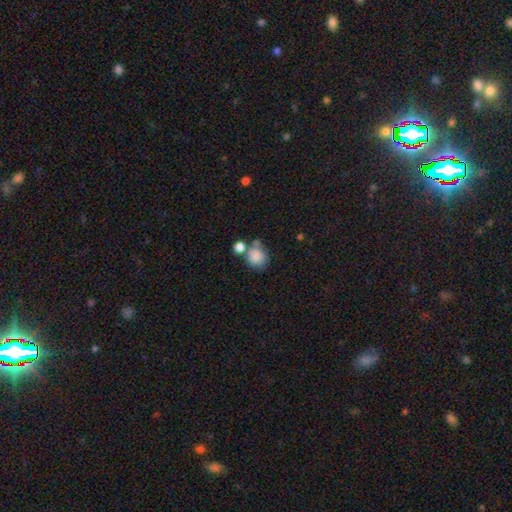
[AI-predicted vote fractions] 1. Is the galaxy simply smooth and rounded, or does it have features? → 83% smooth, 9% star or artifact, 8% featured or disk.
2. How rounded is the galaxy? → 73% round, 26% in between, 1% cigar-shaped.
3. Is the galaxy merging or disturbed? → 45% none, 33% merger, 15% minor disturbance, 7% major disturbance.